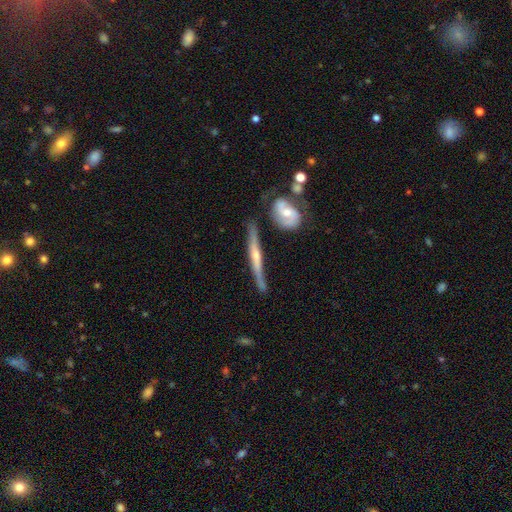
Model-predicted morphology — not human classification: A featured or disk galaxy (74%) viewed edge-on (91%) with a rounded central bulge (64%).

Vote fractions:
- Smooth or featured? featured or disk: 74% / smooth: 20% / star or artifact: 6%
- Edge-on disk? yes: 91% / no: 9%
- Edge-on bulge? rounded: 64% / none: 26% / boxy: 10%
- Merging? none: 68% / minor disturbance: 20% / merger: 7% / major disturbance: 5%